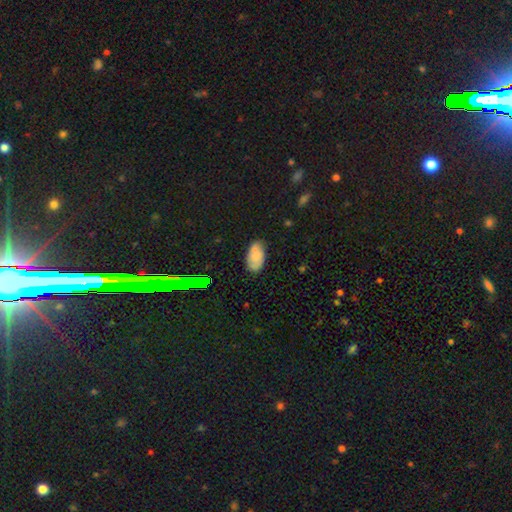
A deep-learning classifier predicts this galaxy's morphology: smooth-or-featured: smooth: 73% | featured or disk: 17% | star or artifact: 11%
  how-rounded: in between: 94% | round: 4% | cigar-shaped: 2%
  merging: none: 73% | minor disturbance: 21% | major disturbance: 4% | merger: 2%